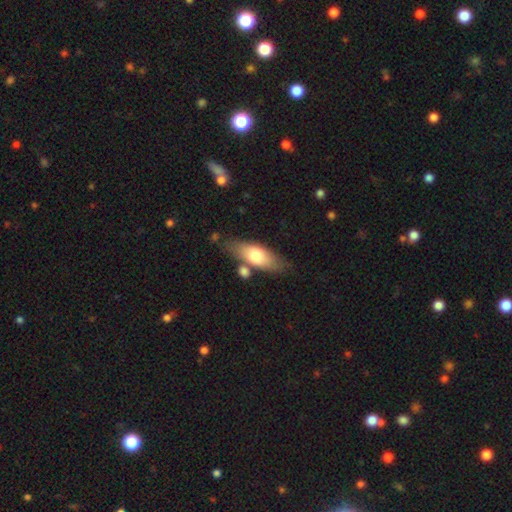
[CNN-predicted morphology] Smooth or featured? Predicted: smooth (p=0.70). How rounded? Predicted: in between (p=0.69). Merging? Predicted: none (p=0.68).